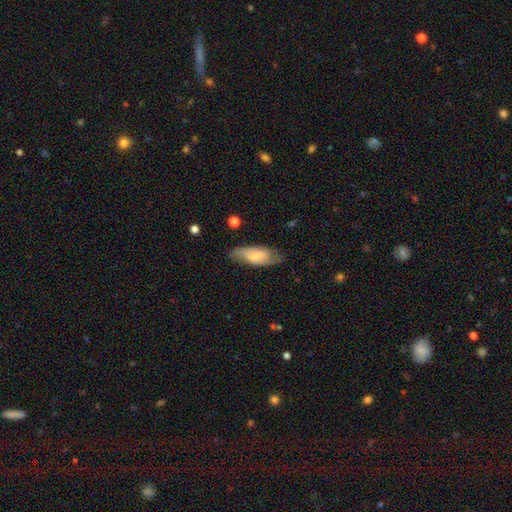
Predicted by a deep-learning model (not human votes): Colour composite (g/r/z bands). It shows a smooth galaxy with no disk features (64%) that is in between round and cigar-shaped (77%). Merging: none (68%).